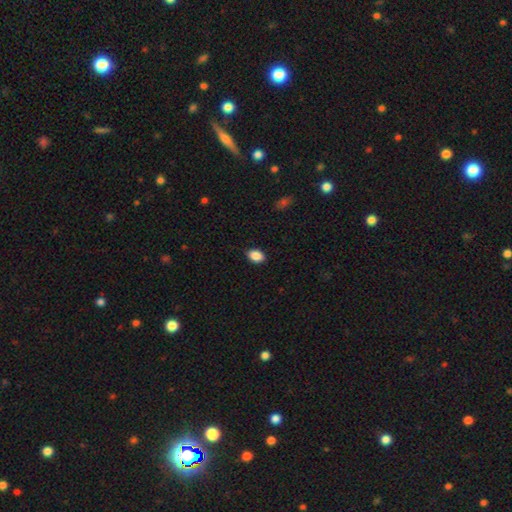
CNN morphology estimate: This appears to be a smooth galaxy with no disk features (89%) that is in between round and cigar-shaped (84%). Merging: none (87%).